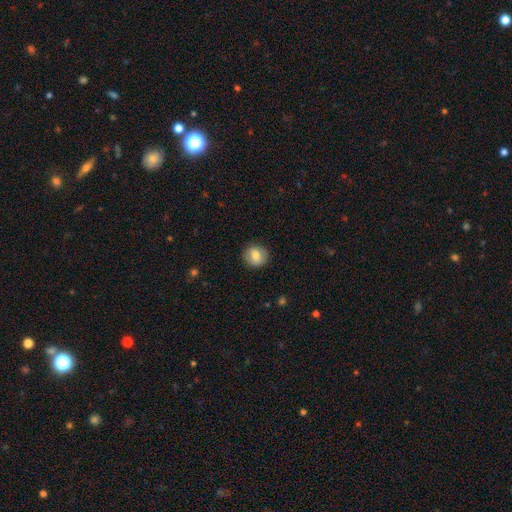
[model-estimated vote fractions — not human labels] Morphology: type=smooth (81%); roundness=round (87%); merging=none (89%).